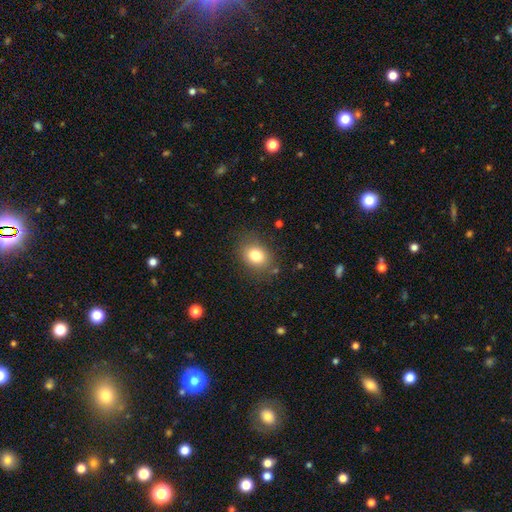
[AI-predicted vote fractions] This is likely a smooth galaxy (80%). How rounded: possibly in between (57%). Merging: clearly none (82%).